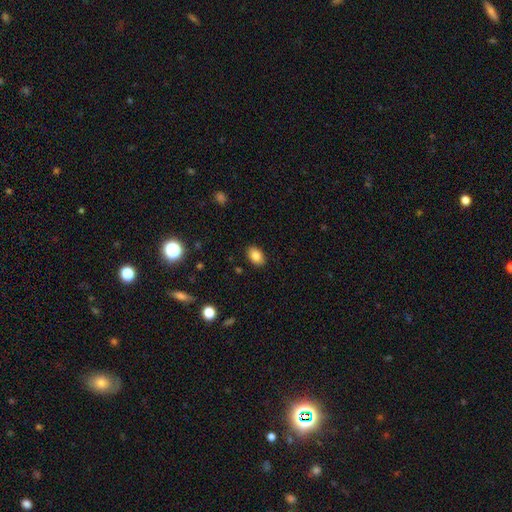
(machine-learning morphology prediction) Smooth or featured: smooth — 84% (star or artifact — 9%)
How rounded: in between — 86% (round — 13%)
Merging: none — 88% (minor disturbance — 9%)